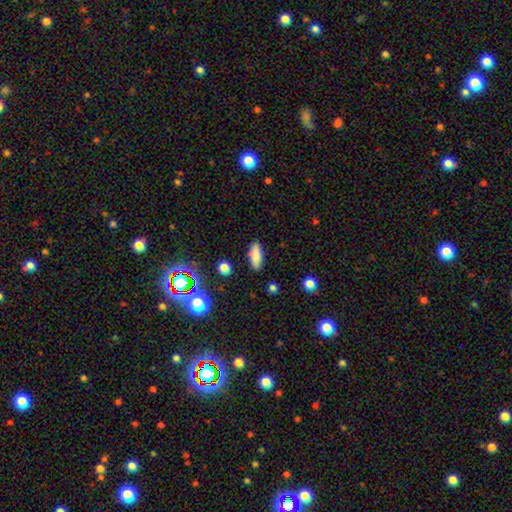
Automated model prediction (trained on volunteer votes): The model was most divided on "how rounded": in between: 73%, cigar-shaped: 24%, round: 3%. More confident: merging — none (86%); smooth or featured — smooth (82%).